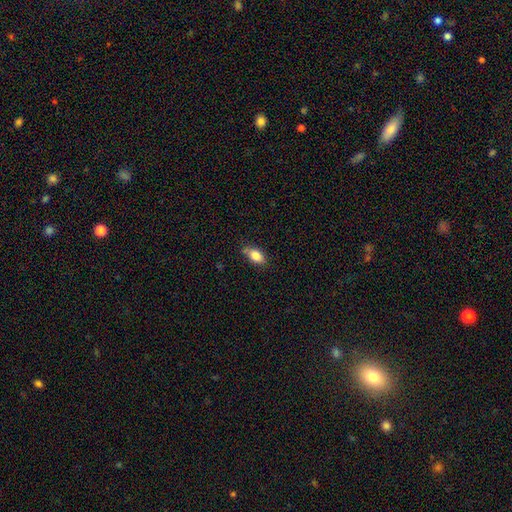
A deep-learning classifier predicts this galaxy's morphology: Smooth or featured?
  - smooth: 82% *
  - featured or disk: 10%
  - star or artifact: 8%
How rounded?
  - in between: 87% *
  - round: 8%
  - cigar-shaped: 5%
Merging?
  - none: 71% *
  - minor disturbance: 21%
  - major disturbance: 4%
  - merger: 4%